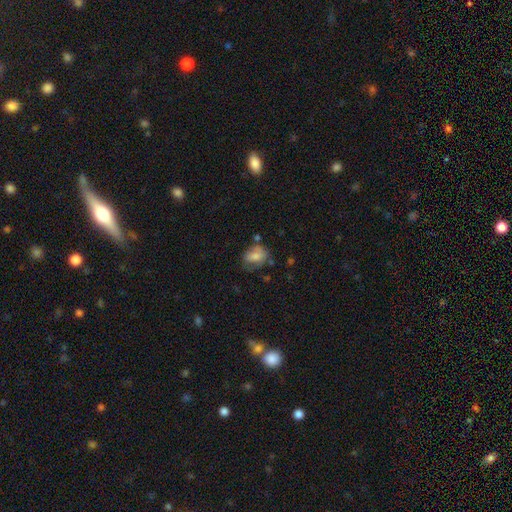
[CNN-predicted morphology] smooth-or-featured: smooth: 69% | featured or disk: 22% | star or artifact: 9%
  how-rounded: in between: 67% | round: 32% | cigar-shaped: 1%
  merging: none: 49% | minor disturbance: 29% | major disturbance: 14% | merger: 8%